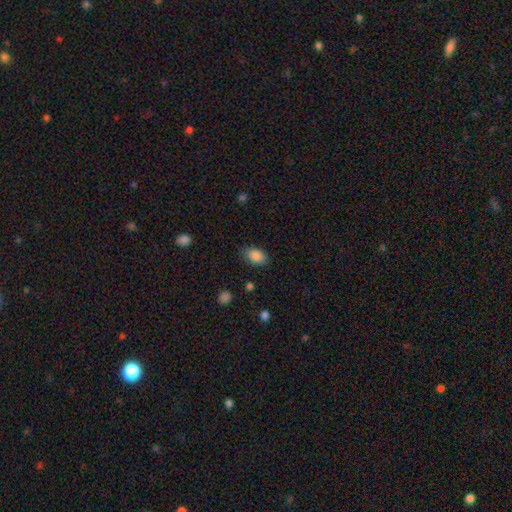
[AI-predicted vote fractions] Overall: smooth (88%). How rounded: in between (88%). Merging: none (81%).